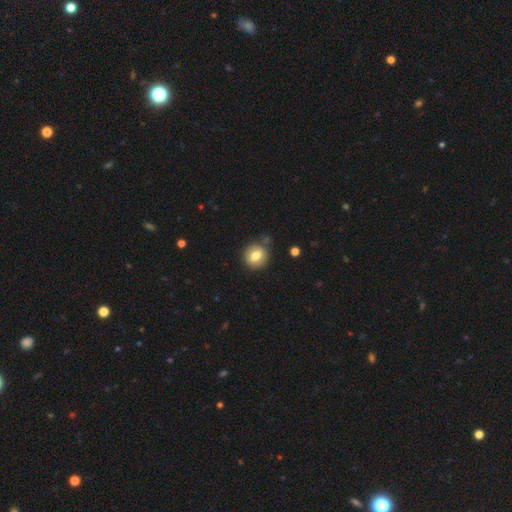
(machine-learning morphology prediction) Smooth or featured? Predicted: smooth (p=0.76). How rounded? Predicted: round (p=0.80). Merging? Predicted: none (p=0.82).